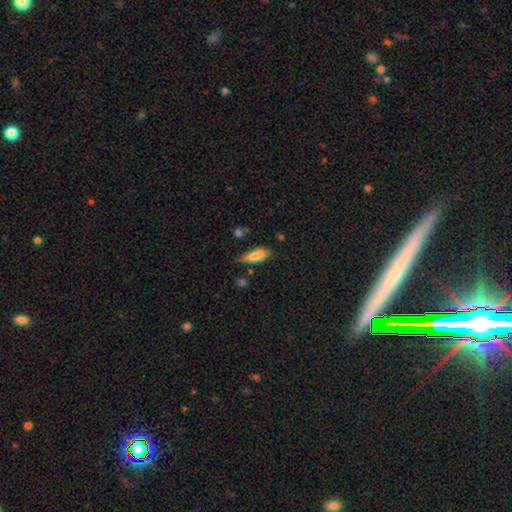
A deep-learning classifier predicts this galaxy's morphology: type=smooth (76%); roundness=in between (60%); merging=none (58%).